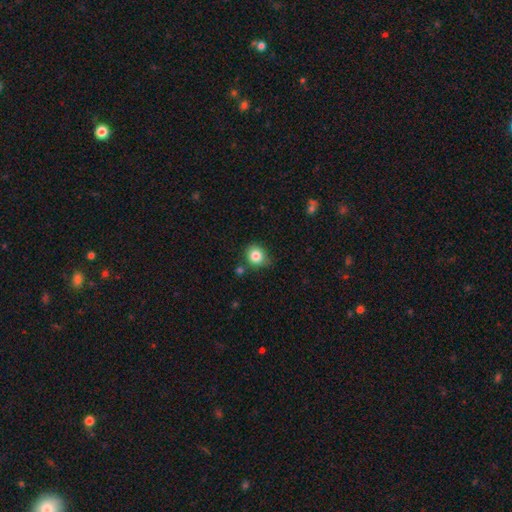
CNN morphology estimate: A smooth galaxy with no disk features (83%) that is round (78%).

Vote fractions:
- Smooth or featured? smooth: 83% / star or artifact: 10% / featured or disk: 6%
- How rounded? round: 78% / in between: 21% / cigar-shaped: 1%
- Merging? none: 70% / minor disturbance: 19% / merger: 7% / major disturbance: 4%